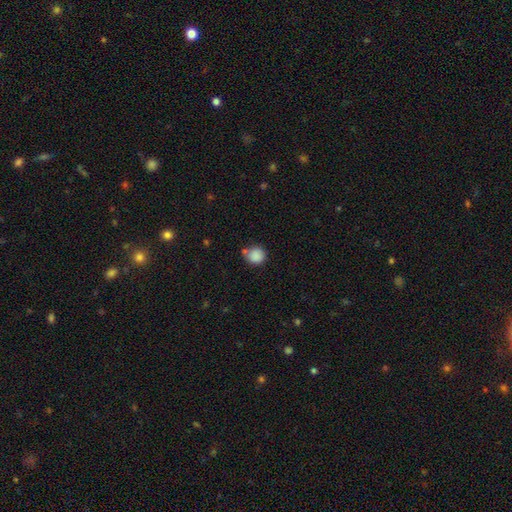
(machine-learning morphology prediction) Smooth or featured? Predicted: smooth (p=0.87). How rounded? Predicted: round (p=0.89). Merging? Predicted: none (p=0.67).